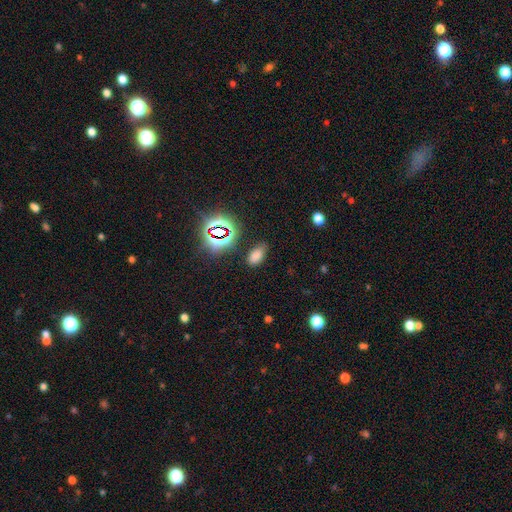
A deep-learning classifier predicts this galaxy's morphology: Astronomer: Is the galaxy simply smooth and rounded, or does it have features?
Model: smooth — 68%.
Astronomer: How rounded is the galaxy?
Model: in between — 92%.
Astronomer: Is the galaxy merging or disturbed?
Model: none — 80%.